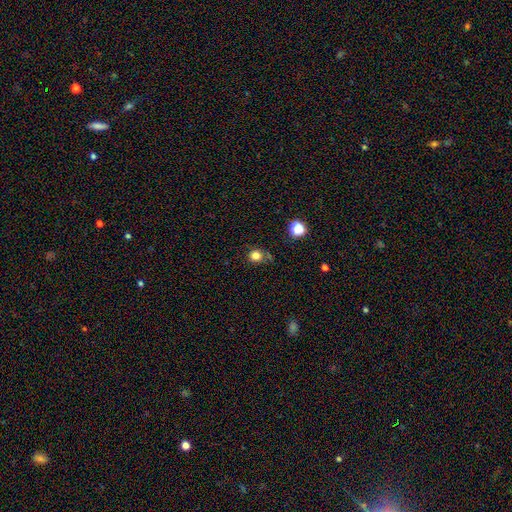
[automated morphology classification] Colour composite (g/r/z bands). It shows a smooth galaxy with no disk features (80%) that is round (87%). Merging: none (73%).